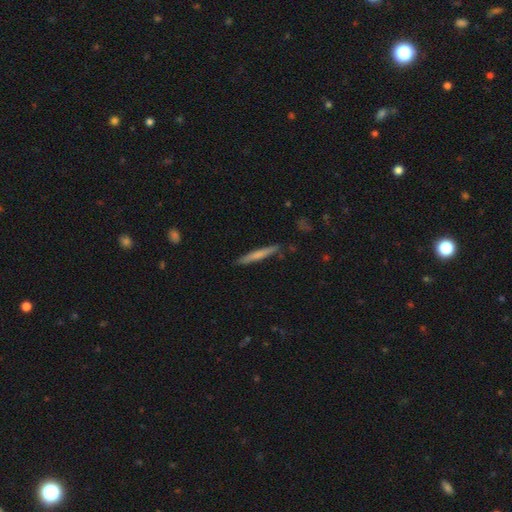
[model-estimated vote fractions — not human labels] Smooth or featured?
  - smooth: 56% *
  - featured or disk: 38%
  - star or artifact: 6%
How rounded?
  - cigar-shaped: 96% *
  - in between: 3%
  - round: 1%
Merging?
  - none: 88% *
  - minor disturbance: 9%
  - major disturbance: 2%
  - merger: 2%